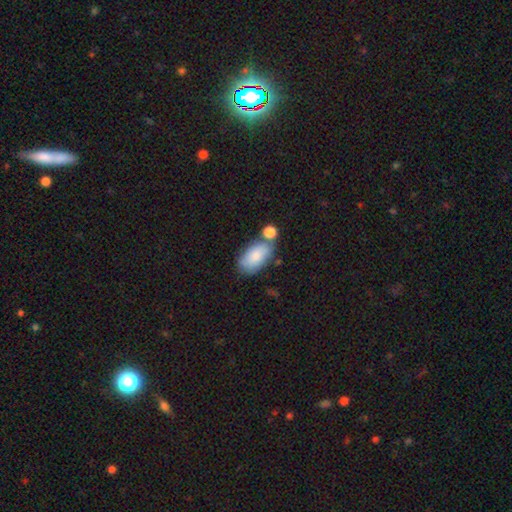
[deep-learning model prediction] A smooth galaxy with no disk features (80%) that is in between round and cigar-shaped (94%). Merging: none (55%).